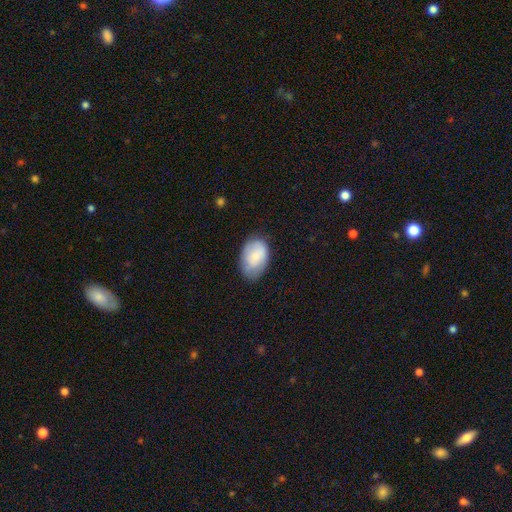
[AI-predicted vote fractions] smooth-or-featured: smooth: 77% | featured or disk: 17% | star or artifact: 7%
  how-rounded: in between: 88% | round: 11% | cigar-shaped: 1%
  merging: none: 68% | minor disturbance: 25% | major disturbance: 6% | merger: 1%